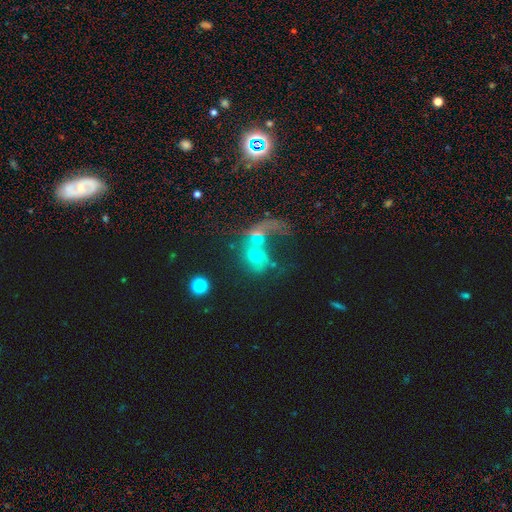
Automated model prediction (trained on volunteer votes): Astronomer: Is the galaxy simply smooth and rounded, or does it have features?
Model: smooth — 44% (runner-up: featured or disk, 40%).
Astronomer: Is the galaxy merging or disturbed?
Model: merger — 53%.